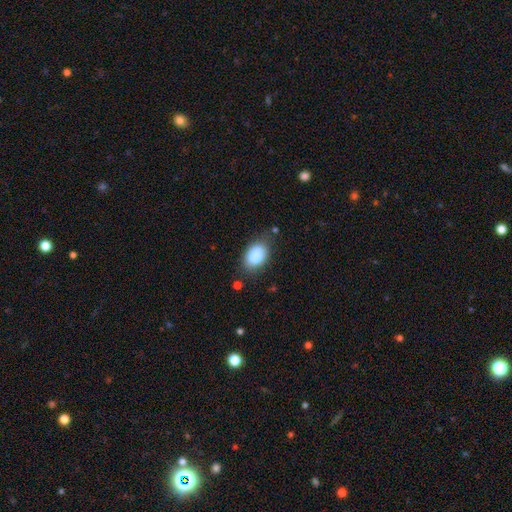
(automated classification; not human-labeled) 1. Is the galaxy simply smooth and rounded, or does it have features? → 82% smooth, 10% featured or disk, 8% star or artifact.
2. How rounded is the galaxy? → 88% in between, 10% round, 2% cigar-shaped.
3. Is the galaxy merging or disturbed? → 65% none, 23% minor disturbance, 7% merger, 5% major disturbance.